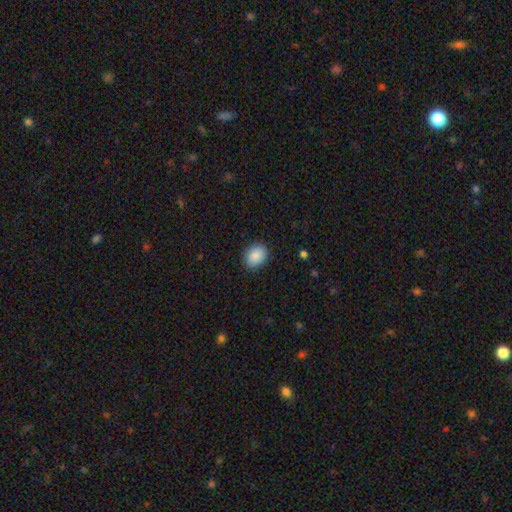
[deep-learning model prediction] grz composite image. It shows a smooth galaxy with no disk features (90%) that is in between round and cigar-shaped (60%). Merging: none (87%).